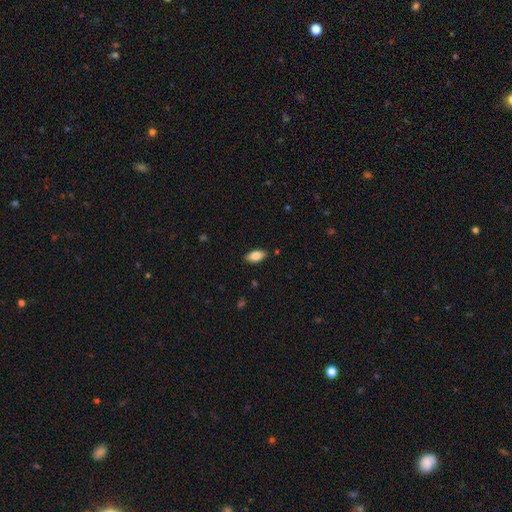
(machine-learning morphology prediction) smooth 82%, featured or disk 11%, star or artifact 7%. Down the decision tree: how rounded — in between (90%); merging — none (87%).